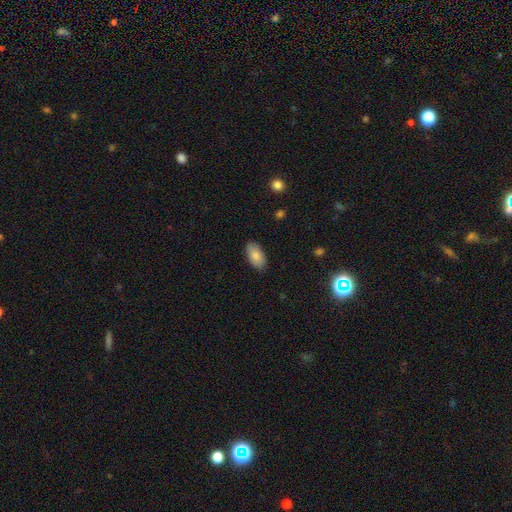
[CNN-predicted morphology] A smooth galaxy with no disk features (83%) that is in between round and cigar-shaped (94%).

Vote fractions:
- Smooth or featured? smooth: 83% / featured or disk: 10% / star or artifact: 7%
- How rounded? in between: 94% / round: 3% / cigar-shaped: 3%
- Merging? none: 86% / minor disturbance: 11% / major disturbance: 2% / merger: 1%